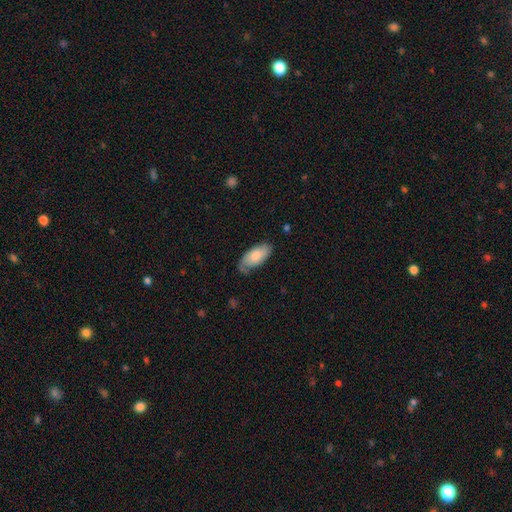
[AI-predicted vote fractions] Smooth or featured?
  - smooth: 69% *
  - featured or disk: 25%
  - star or artifact: 6%
How rounded?
  - in between: 92% *
  - cigar-shaped: 6%
  - round: 2%
Merging?
  - none: 62% *
  - minor disturbance: 29%
  - major disturbance: 8%
  - merger: 2%